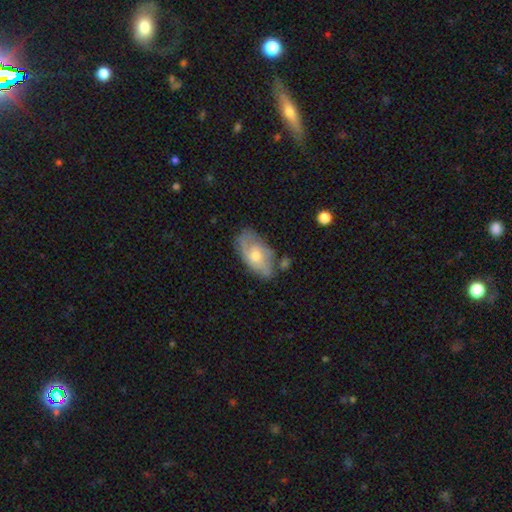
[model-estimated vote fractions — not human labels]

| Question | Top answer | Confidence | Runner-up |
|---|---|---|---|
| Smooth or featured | featured or disk | 55% | smooth (38%) |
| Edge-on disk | no | 91% | yes (9%) |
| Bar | no | 74% | weak (23%) |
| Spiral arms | yes | 73% | no (27%) |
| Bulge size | moderate | 60% | small (33%) |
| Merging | none | 60% | minor disturbance (26%) |